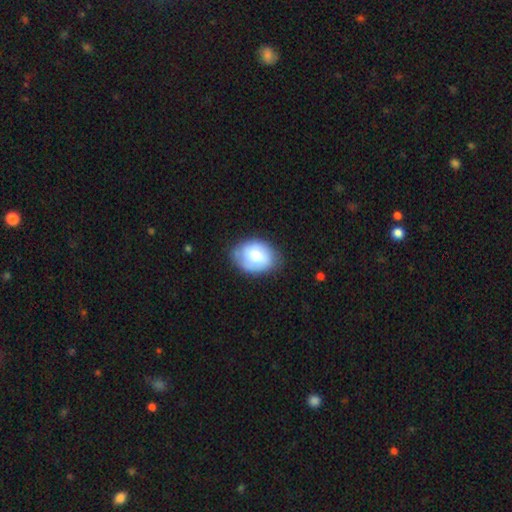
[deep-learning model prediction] Overall: smooth (66%; featured or disk 27%). How rounded: in between (74%). Merging: none (67%).